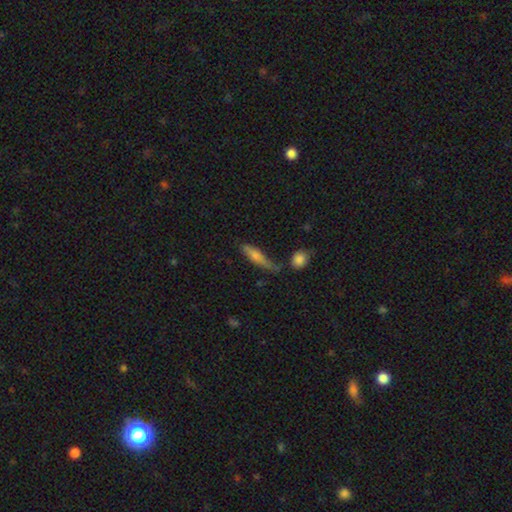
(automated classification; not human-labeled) A smooth galaxy with no disk features (59%) that is cigar-shaped (72%).

Vote fractions:
- Smooth or featured? smooth: 59% / featured or disk: 34% / star or artifact: 7%
- How rounded? cigar-shaped: 72% / in between: 25% / round: 3%
- Merging? none: 59% / minor disturbance: 23% / merger: 10% / major disturbance: 8%